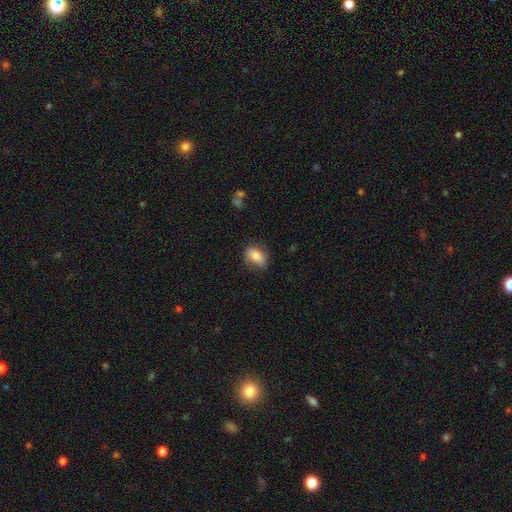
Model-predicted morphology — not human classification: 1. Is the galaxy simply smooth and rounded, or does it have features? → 78% smooth, 15% featured or disk, 8% star or artifact.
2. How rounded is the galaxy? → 85% in between, 12% round, 3% cigar-shaped.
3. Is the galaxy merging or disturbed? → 65% none, 25% minor disturbance, 8% major disturbance, 2% merger.